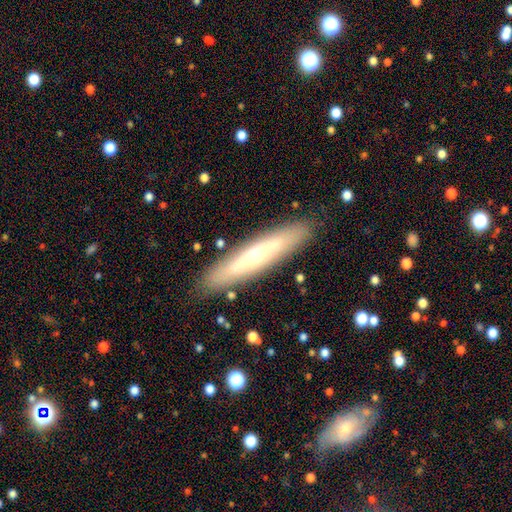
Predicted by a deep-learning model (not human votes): Q: Smooth or featured?
A: featured or disk (52%); runner-up: smooth (42%)
Q: Edge-on disk?
A: yes (73%); runner-up: no (27%)
Q: Merging?
A: none (88%); runner-up: minor disturbance (8%)